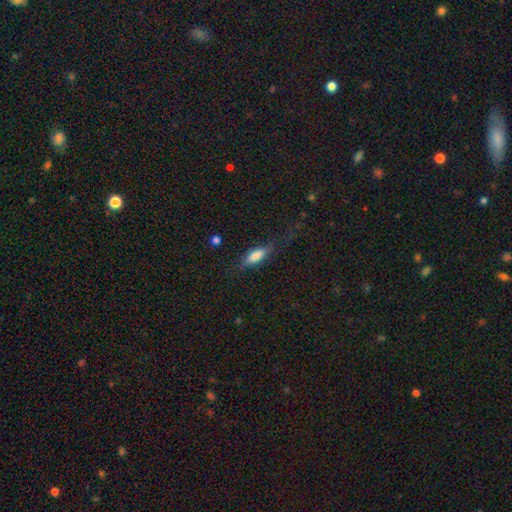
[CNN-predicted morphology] type=smooth (73%); roundness=in between (64%); merging=none (64%).